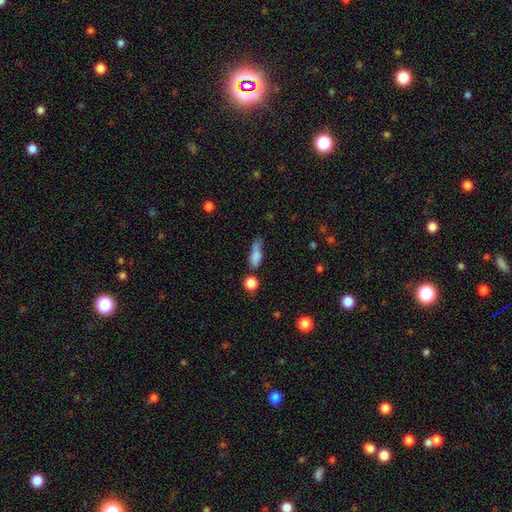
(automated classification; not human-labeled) Smooth or featured?
  - smooth: 78% *
  - featured or disk: 12%
  - star or artifact: 10%
How rounded?
  - in between: 61% *
  - cigar-shaped: 31%
  - round: 8%
Merging?
  - none: 36% *
  - minor disturbance: 33%
  - major disturbance: 18%
  - merger: 13%